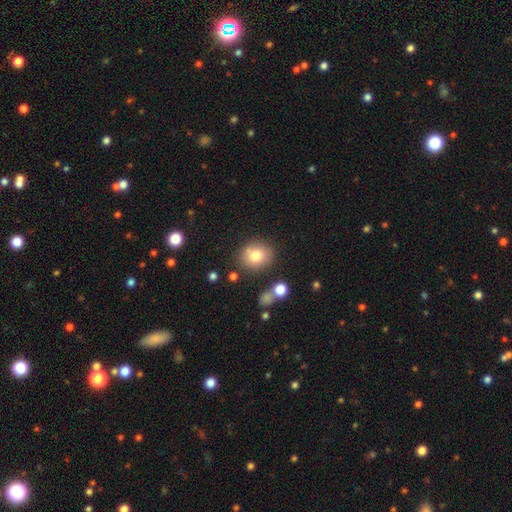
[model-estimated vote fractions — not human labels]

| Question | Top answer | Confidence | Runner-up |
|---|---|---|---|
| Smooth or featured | smooth | 78% | featured or disk (11%) |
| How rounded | round | 75% | in between (24%) |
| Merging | none | 76% | minor disturbance (12%) |